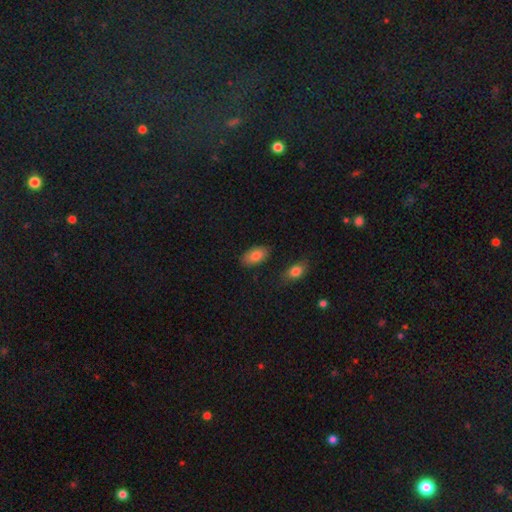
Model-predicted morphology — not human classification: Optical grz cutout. It shows a smooth galaxy with no disk features (85%) that is in between round and cigar-shaped (94%). Merging: none (81%).